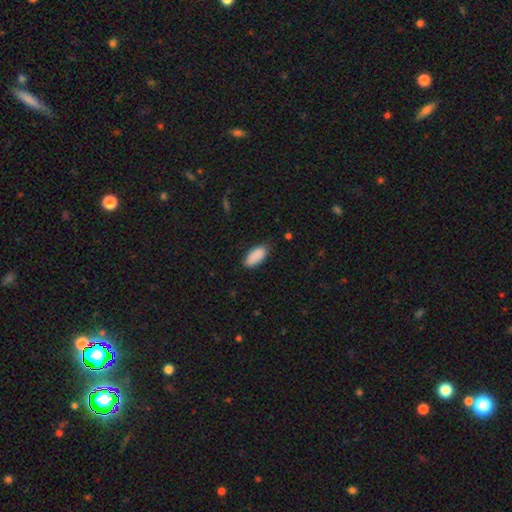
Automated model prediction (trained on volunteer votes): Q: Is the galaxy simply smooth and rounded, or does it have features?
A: smooth — 90%.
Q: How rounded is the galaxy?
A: in between — 91%.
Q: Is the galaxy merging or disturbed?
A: none — 81%.